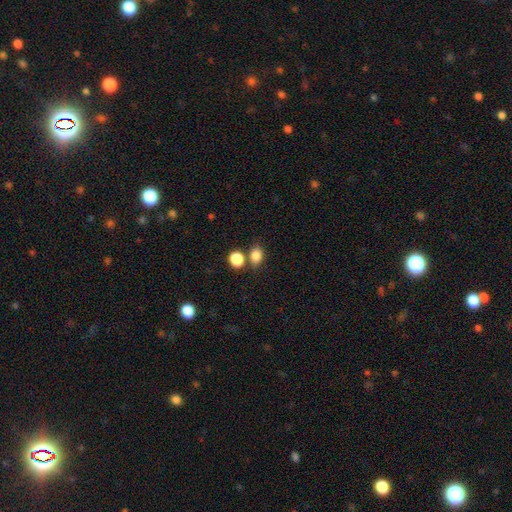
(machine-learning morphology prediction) Overall: smooth (83%). How rounded: in between (57%; round 42%). Merging: none (65%).